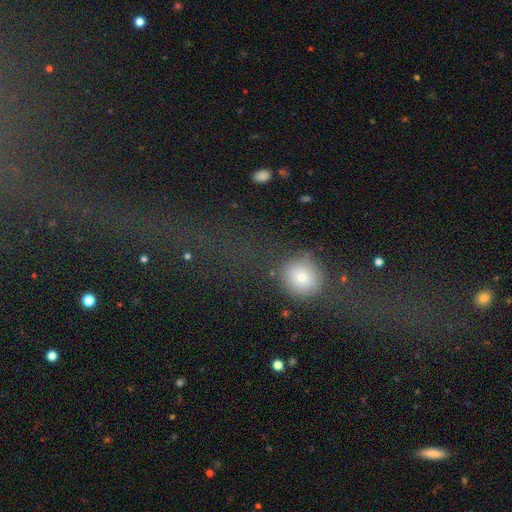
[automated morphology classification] smooth-or-featured: featured or disk: 41% | star or artifact: 30% | smooth: 29%
  merging: none: 43% | major disturbance: 29% | minor disturbance: 15% | merger: 13%